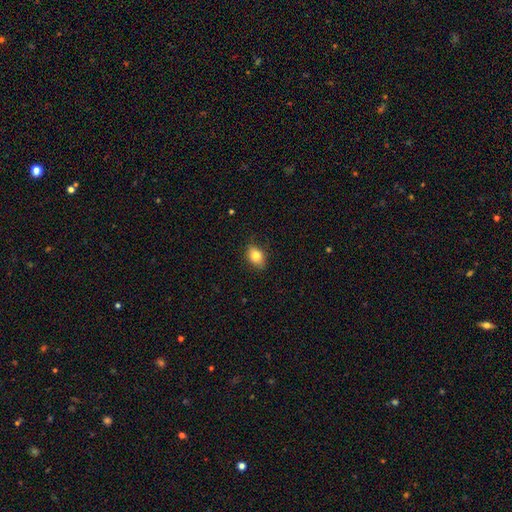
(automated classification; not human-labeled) A smooth galaxy with no disk features (81%) that is in between round and cigar-shaped (75%). Merging: none (82%).